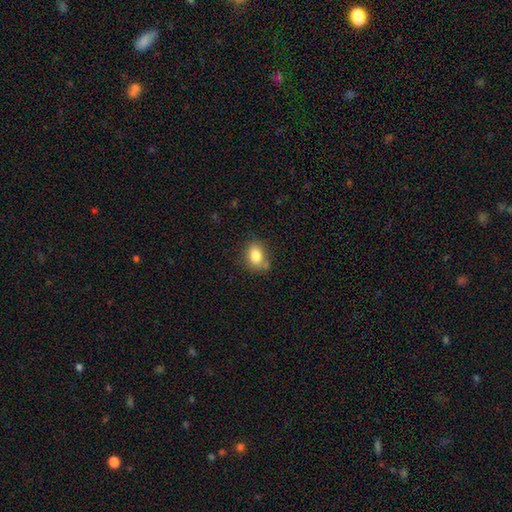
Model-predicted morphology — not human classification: smooth_or_featured: smooth (p=0.83) [alt: star or artifact p=0.09]
how_rounded: in between (p=0.70) [alt: round p=0.28]
merging: none (p=0.70) [alt: minor disturbance p=0.19]